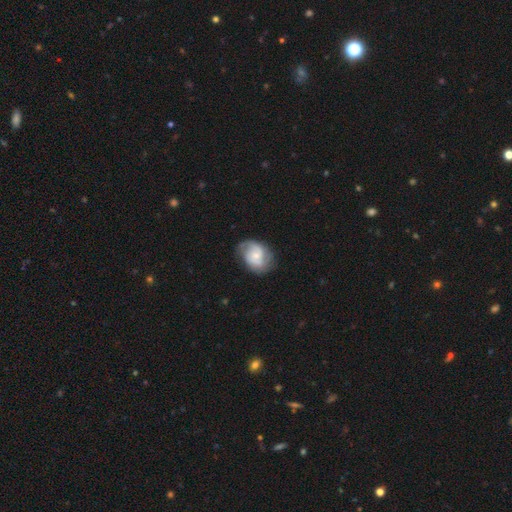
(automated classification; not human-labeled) A featured or disk galaxy (66%) with no bar (61%), 2 (67%) medium (44%) spiral arms (90%) and a small central bulge (59%).

Vote fractions:
- Smooth or featured? featured or disk: 66% / smooth: 27% / star or artifact: 7%
- Edge-on disk? no: 98% / yes: 2%
- Bar? no: 61% / weak: 34% / strong: 6%
- Spiral arms? yes: 90% / no: 10%
- Spiral winding? medium: 44% / tight: 37% / loose: 19%
- Spiral arm count? 2: 67% / can't tell: 18% / 3: 6% / 1: 5% / 4: 2% / more than 4: 2%
- Bulge size? small: 59% / moderate: 32% / none: 5% / large: 3% / dominant: 1%
- Merging? none: 68% / minor disturbance: 22% / major disturbance: 9% / merger: 1%